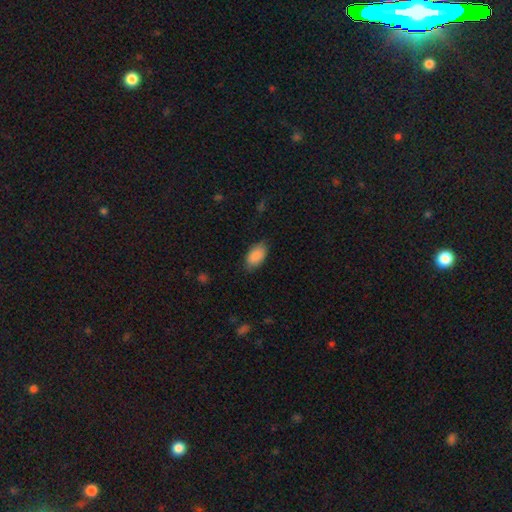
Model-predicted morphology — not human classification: Smooth or featured: smooth — 89% (star or artifact — 6%)
How rounded: in between — 94% (round — 4%)
Merging: none — 80% (minor disturbance — 16%)